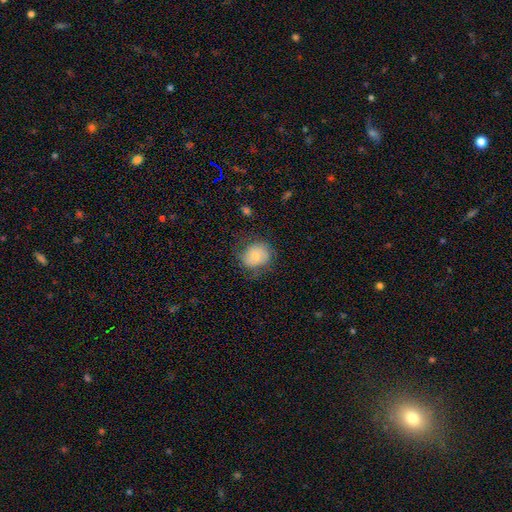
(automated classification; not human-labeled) A smooth galaxy with no disk features (71%) that is round (66%).

Vote fractions:
- Smooth or featured? smooth: 71% / featured or disk: 21% / star or artifact: 8%
- How rounded? round: 66% / in between: 33% / cigar-shaped: 1%
- Merging? none: 61% / minor disturbance: 26% / major disturbance: 12% / merger: 1%